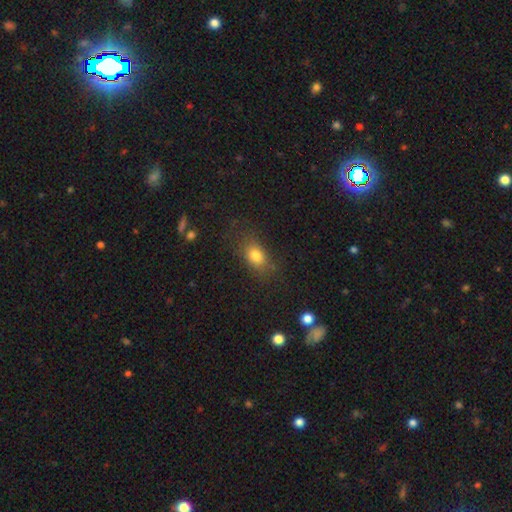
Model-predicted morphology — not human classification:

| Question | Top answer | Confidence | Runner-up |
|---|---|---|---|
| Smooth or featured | smooth | 78% | star or artifact (12%) |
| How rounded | in between | 71% | round (25%) |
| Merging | none | 72% | minor disturbance (17%) |